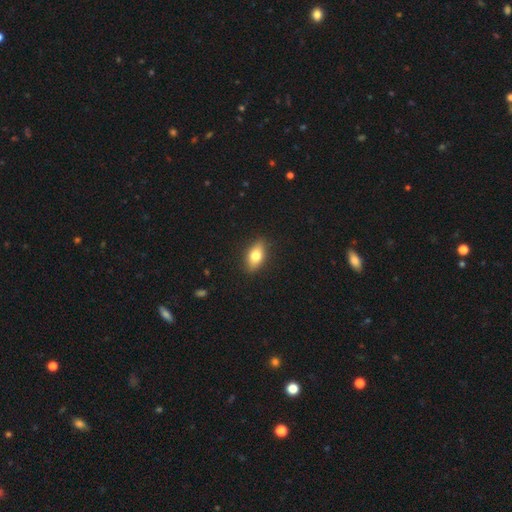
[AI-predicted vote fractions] Morphology: type=smooth (74%); roundness=in between (85%); merging=none (88%).